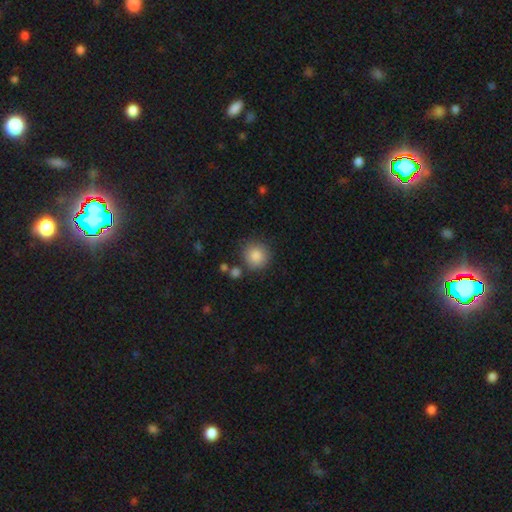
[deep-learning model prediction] smooth 87%, star or artifact 8%, featured or disk 5%. Down the decision tree: how rounded — round (92%); merging — none (81%).